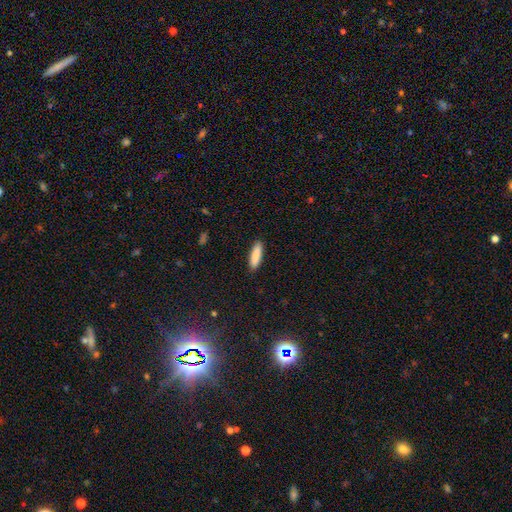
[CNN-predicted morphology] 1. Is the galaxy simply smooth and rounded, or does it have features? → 88% smooth, 6% featured or disk, 6% star or artifact.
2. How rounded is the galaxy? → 65% cigar-shaped, 33% in between, 1% round.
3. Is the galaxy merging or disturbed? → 90% none, 7% minor disturbance, 2% major disturbance, 1% merger.